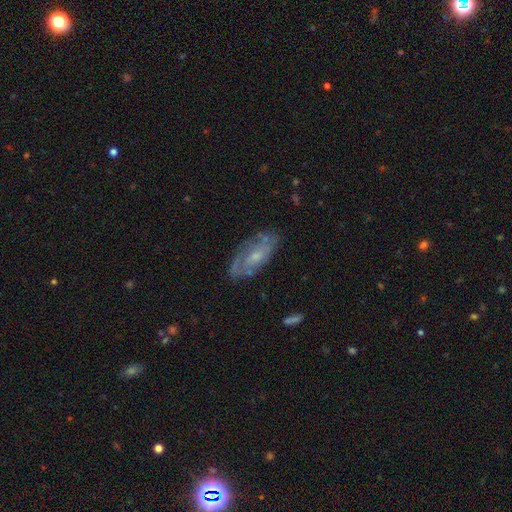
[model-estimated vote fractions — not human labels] The model was most divided on "bulge size": small: 52%, moderate: 38%, none: 6%, large: 3%, dominant: 1%. More confident: edge-on disk — no (90%); spiral arms — yes (75%); merging — none (72%); bar — no (70%); smooth or featured — featured or disk (66%).